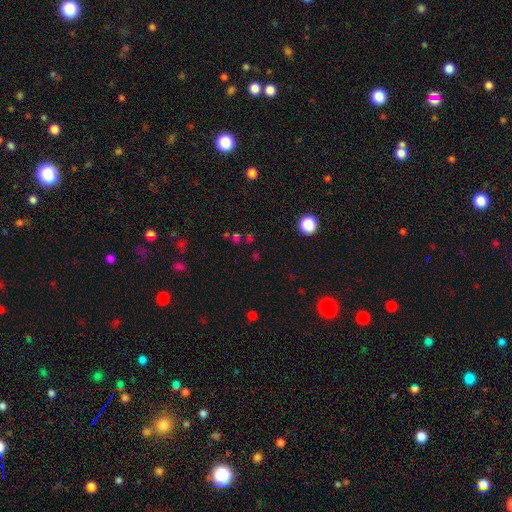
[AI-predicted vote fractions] Overall: star or artifact (54%; smooth 38%).